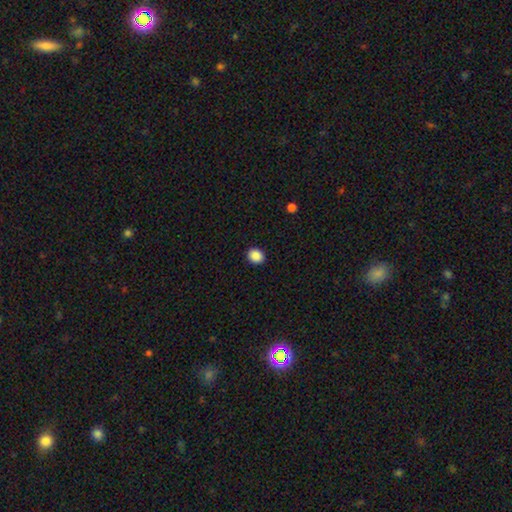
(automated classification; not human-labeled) This appears to be a smooth galaxy with no disk features (89%) that is round (65%). Merging: none (92%).